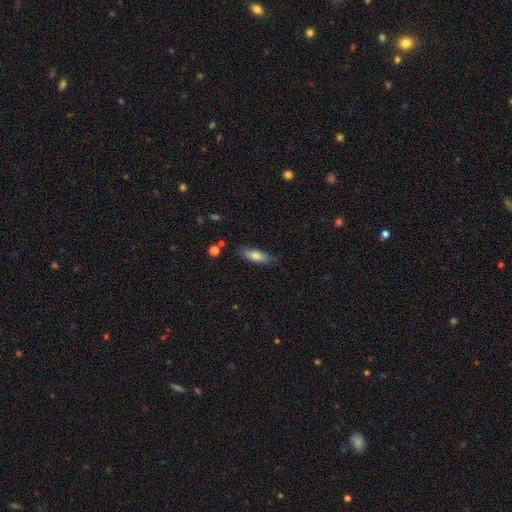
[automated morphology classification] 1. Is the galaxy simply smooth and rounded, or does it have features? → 71% smooth, 22% featured or disk, 7% star or artifact.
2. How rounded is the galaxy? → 56% in between, 42% cigar-shaped, 2% round.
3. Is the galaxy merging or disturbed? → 80% none, 16% minor disturbance, 3% major disturbance, 2% merger.